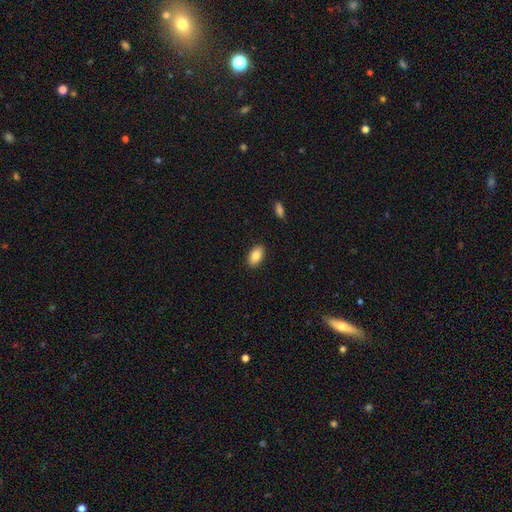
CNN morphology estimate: Smooth or featured? Predicted: smooth (p=0.85). How rounded? Predicted: in between (p=0.92). Merging? Predicted: none (p=0.89).